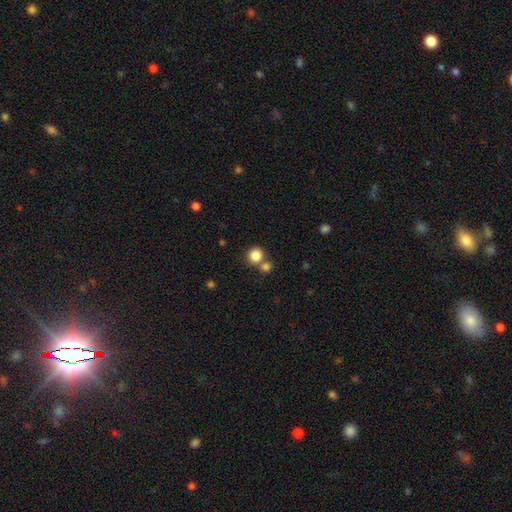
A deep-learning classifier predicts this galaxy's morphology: A smooth galaxy with no disk features (84%) that is round (92%).

Vote fractions:
- Smooth or featured? smooth: 84% / star or artifact: 11% / featured or disk: 5%
- How rounded? round: 92% / in between: 7% / cigar-shaped: 1%
- Merging? none: 64% / merger: 27% / minor disturbance: 7% / major disturbance: 3%